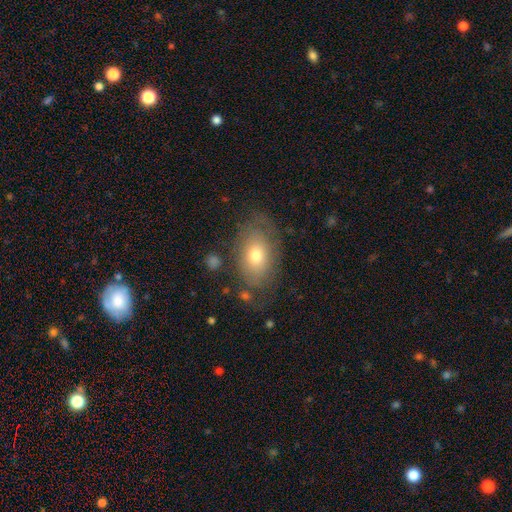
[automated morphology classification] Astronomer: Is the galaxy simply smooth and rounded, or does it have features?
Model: smooth — 66%.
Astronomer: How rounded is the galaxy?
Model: in between — 84%.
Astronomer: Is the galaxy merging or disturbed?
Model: none — 68%.